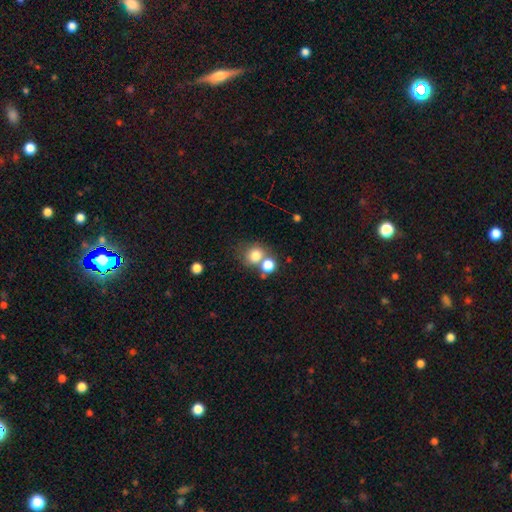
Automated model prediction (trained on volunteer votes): A smooth galaxy with no disk features (77%) that is round (79%). Merging: none (50%).